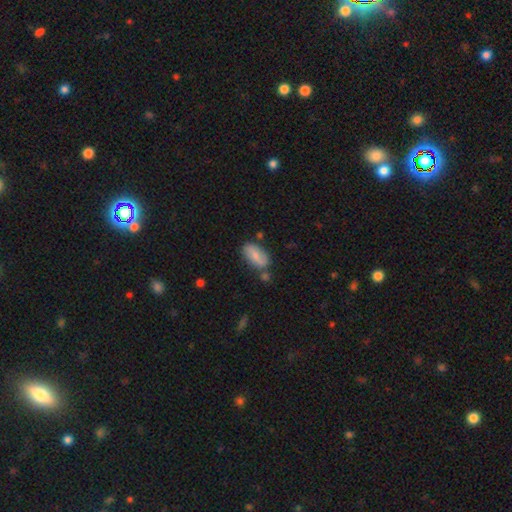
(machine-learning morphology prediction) Smooth or featured? Predicted: smooth (p=0.68). How rounded? Predicted: in between (p=0.91). Merging? Predicted: none (p=0.67).